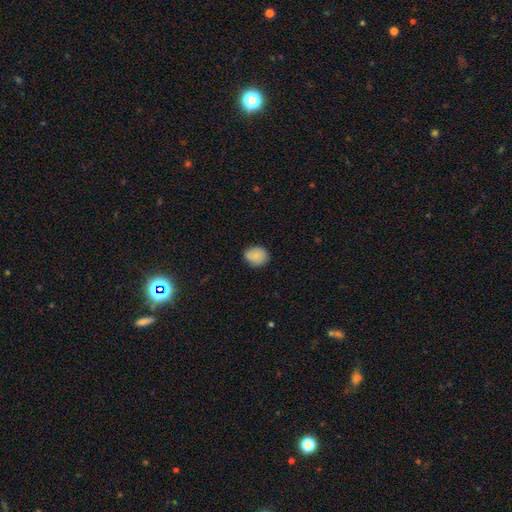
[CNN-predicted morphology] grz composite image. It shows a smooth galaxy with no disk features (84%) that is round (60%). Merging: none (80%).